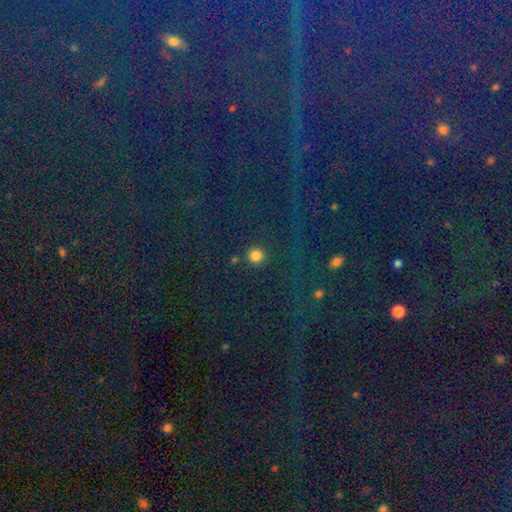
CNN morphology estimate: A smooth galaxy with no disk features (80%) that is round (95%). Merging: none (89%).